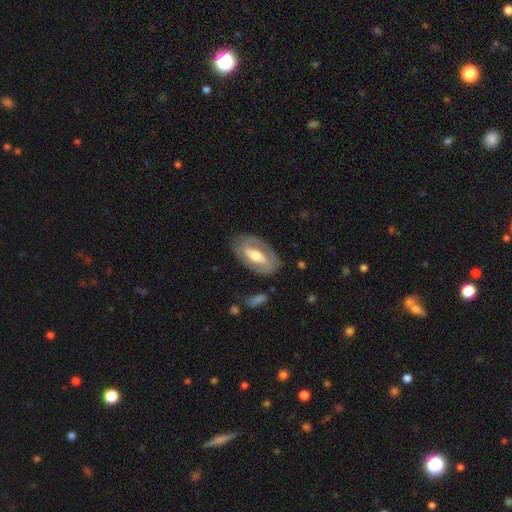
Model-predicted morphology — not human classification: smooth-or-featured: featured or disk: 66% | smooth: 30% | star or artifact: 5%
  disk-edge-on: no: 89% | yes: 11%
    bar: strong: 41% | weak: 31% | no: 28%
    has-spiral-arms: no: 51% | yes: 49%
    bulge-size: moderate: 65% | small: 17% | large: 15% | dominant: 1% | none: 1%
  merging: none: 78% | minor disturbance: 14% | major disturbance: 6% | merger: 2%